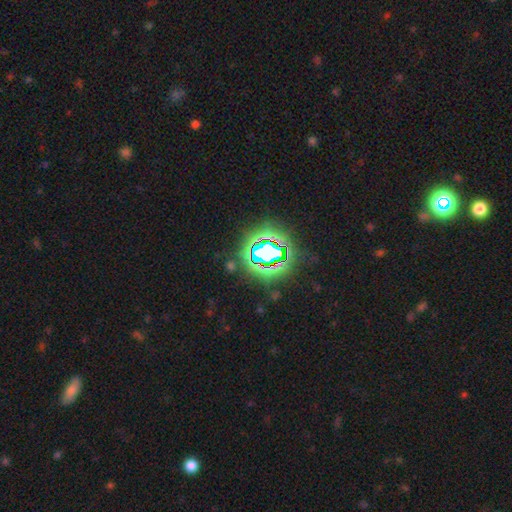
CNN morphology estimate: smooth_or_featured: star or artifact (p=0.81) [alt: smooth p=0.12]